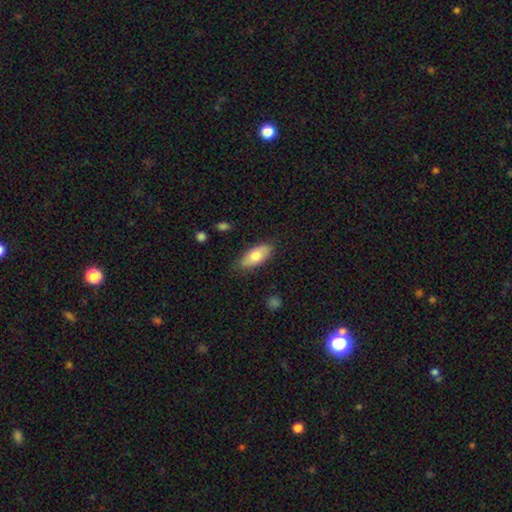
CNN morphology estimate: type=smooth (71%); roundness=in between (87%); merging=none (81%).